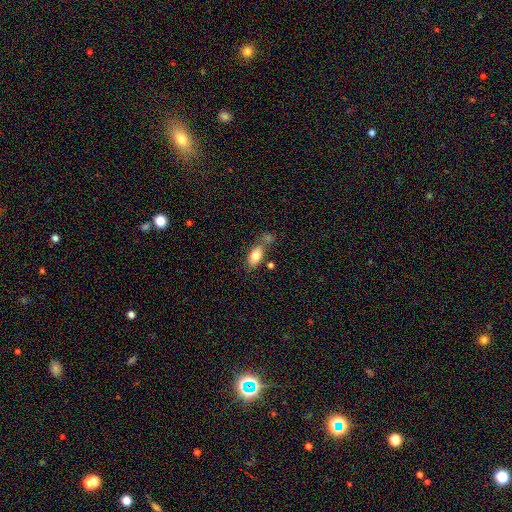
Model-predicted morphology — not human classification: Smooth or featured?
  - smooth: 78% *
  - featured or disk: 15%
  - star or artifact: 7%
How rounded?
  - in between: 90% *
  - cigar-shaped: 5%
  - round: 5%
Merging?
  - none: 55% *
  - merger: 24%
  - minor disturbance: 16%
  - major disturbance: 5%